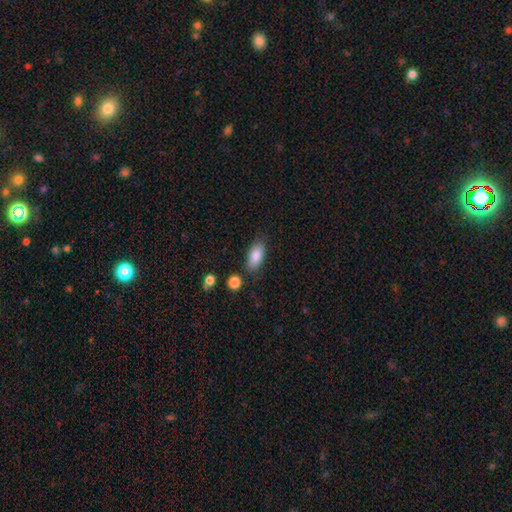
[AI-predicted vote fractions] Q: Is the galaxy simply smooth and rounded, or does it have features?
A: smooth — 85%.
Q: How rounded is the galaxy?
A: in between — 87%.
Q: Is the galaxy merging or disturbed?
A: none — 79%.